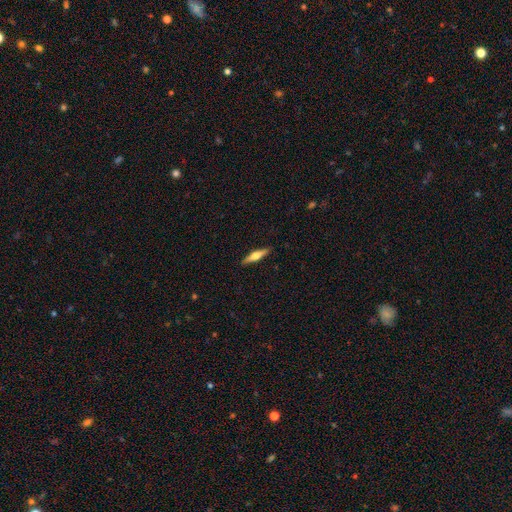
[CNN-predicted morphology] smooth_or_featured: featured or disk (p=0.54) [alt: smooth p=0.40]
disk_edge_on: yes (p=0.96) [alt: no p=0.04]
edge_on_bulge: rounded (p=0.90) [alt: boxy p=0.06]
merging: none (p=0.90) [alt: minor disturbance p=0.07]